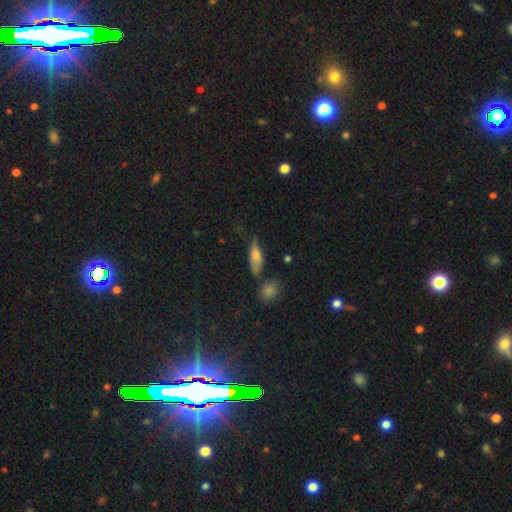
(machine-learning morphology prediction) smooth 58%, featured or disk 29%, star or artifact 13%. Down the decision tree: how rounded — in between (60%); merging — none (49%).